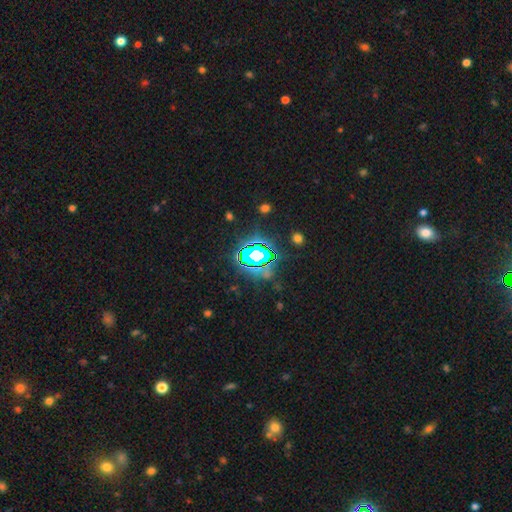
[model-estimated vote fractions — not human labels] Q: Smooth or featured?
A: star or artifact (74%); runner-up: smooth (15%)